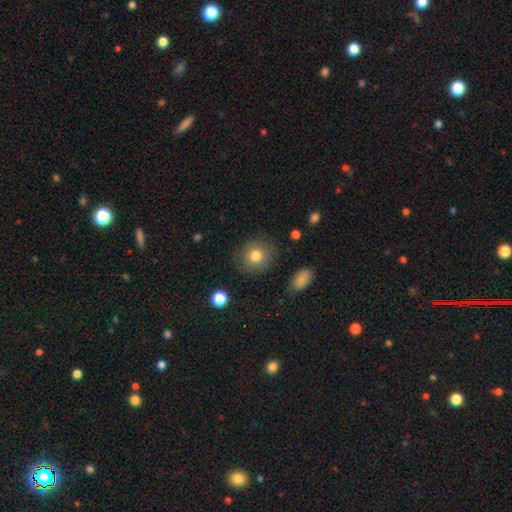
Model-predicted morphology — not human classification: type=smooth (80%); roundness=round (83%); merging=none (84%).